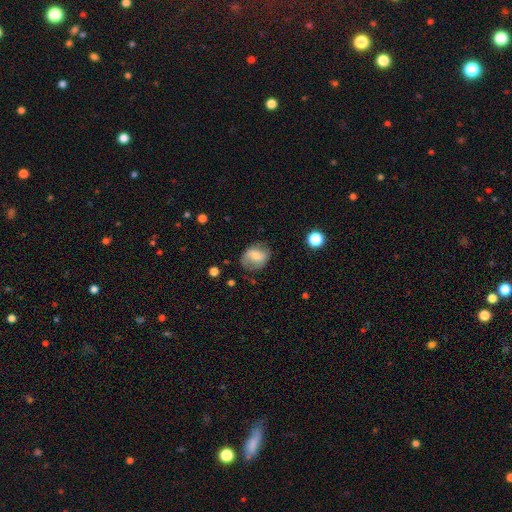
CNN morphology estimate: Overall: smooth (55%; featured or disk 37%). How rounded: in between (51%; round 48%). Merging: none (64%).